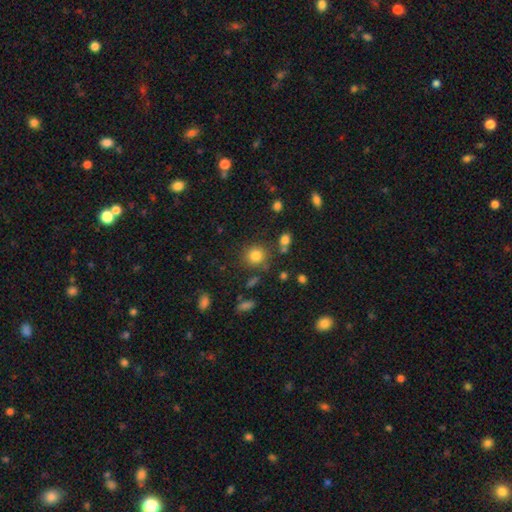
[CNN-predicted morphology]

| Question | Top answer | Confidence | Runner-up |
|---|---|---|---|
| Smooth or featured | smooth | 81% | star or artifact (12%) |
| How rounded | round | 87% | in between (12%) |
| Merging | none | 80% | minor disturbance (10%) |